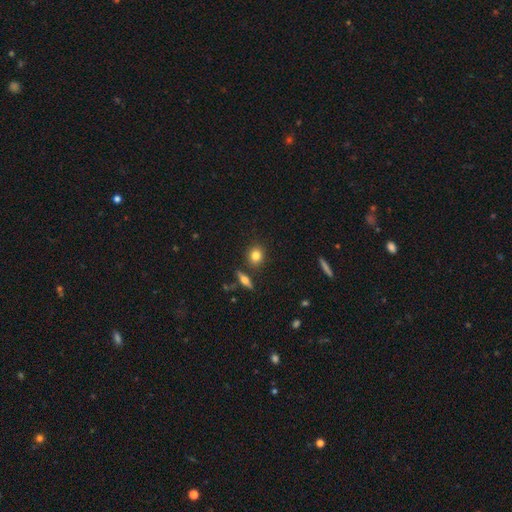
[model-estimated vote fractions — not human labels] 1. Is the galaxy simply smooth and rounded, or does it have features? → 80% smooth, 11% featured or disk, 9% star or artifact.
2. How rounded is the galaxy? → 73% round, 25% in between, 3% cigar-shaped.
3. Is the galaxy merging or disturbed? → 83% none, 9% minor disturbance, 6% merger, 2% major disturbance.